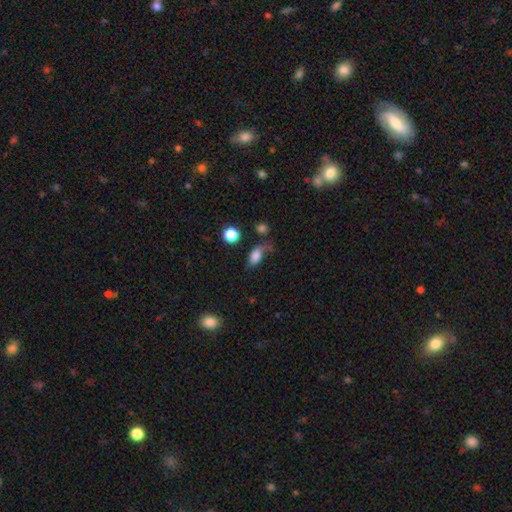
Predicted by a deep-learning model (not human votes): The model was most divided on "merging": none: 42%, minor disturbance: 27%, major disturbance: 22%, merger: 9%. More confident: how rounded — in between (84%); smooth or featured — smooth (77%).